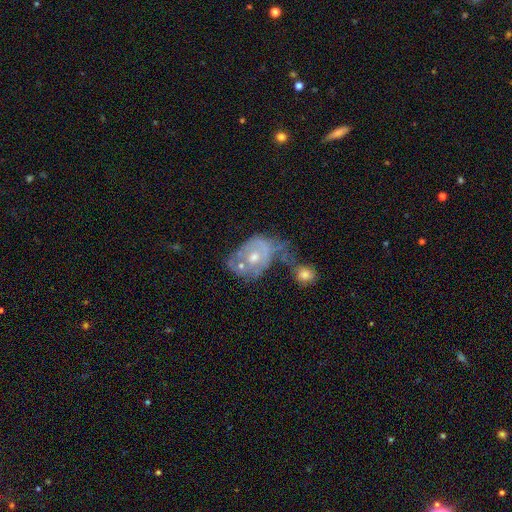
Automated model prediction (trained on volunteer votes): Smooth or featured?
  - featured or disk: 61% *
  - smooth: 31%
  - star or artifact: 9%
Edge-on disk?
  - no: 96% *
  - yes: 4%
Bar?
  - no: 81% *
  - weak: 15%
  - strong: 4%
Spiral arms?
  - no: 59% *
  - yes: 41%
Bulge size?
  - moderate: 65% *
  - small: 27%
  - large: 4%
  - none: 2%
  - dominant: 1%
Merging?
  - merger: 39% *
  - major disturbance: 25%
  - none: 19%
  - minor disturbance: 17%